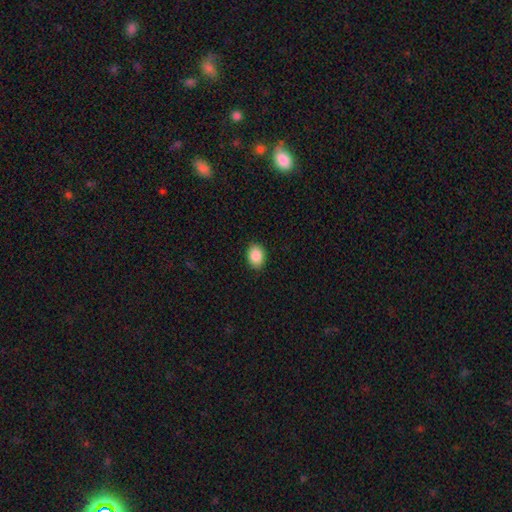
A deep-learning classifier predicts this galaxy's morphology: Smooth or featured? Predicted: smooth (p=0.87). How rounded? Predicted: in between (p=0.69). Merging? Predicted: none (p=0.90).